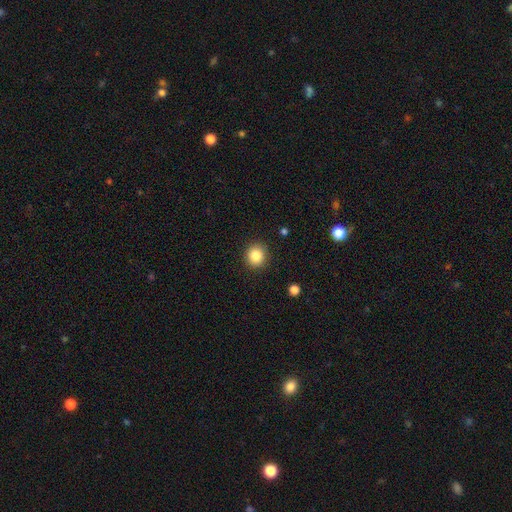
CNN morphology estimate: Smooth or featured? smooth (85%)
How rounded? round (89%)
Merging? none (90%)